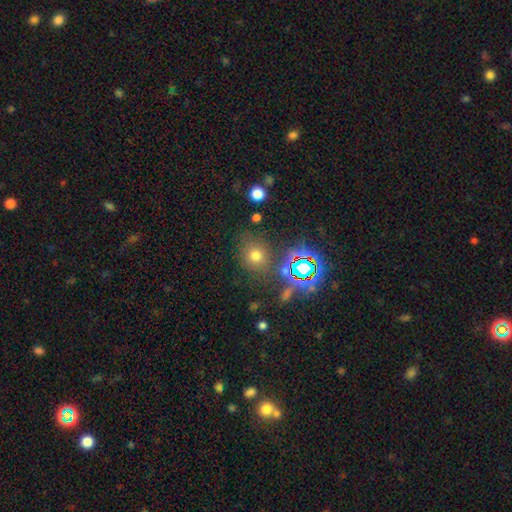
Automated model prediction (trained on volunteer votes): Smooth or featured? smooth (64%)
How rounded? round (82%)
Merging? none (77%)